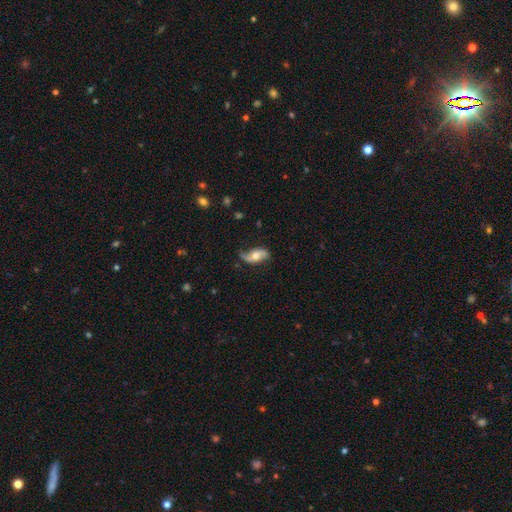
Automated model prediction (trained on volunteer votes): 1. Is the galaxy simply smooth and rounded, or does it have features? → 61% featured or disk, 32% smooth, 6% star or artifact.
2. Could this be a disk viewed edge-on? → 90% no, 10% yes.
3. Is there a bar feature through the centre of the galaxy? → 68% no, 23% weak, 9% strong.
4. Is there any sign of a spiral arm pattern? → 84% yes, 16% no.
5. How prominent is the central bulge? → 70% moderate, 17% small, 10% large, 2% none, 1% dominant.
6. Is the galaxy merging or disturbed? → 59% none, 28% minor disturbance, 11% major disturbance, 2% merger.